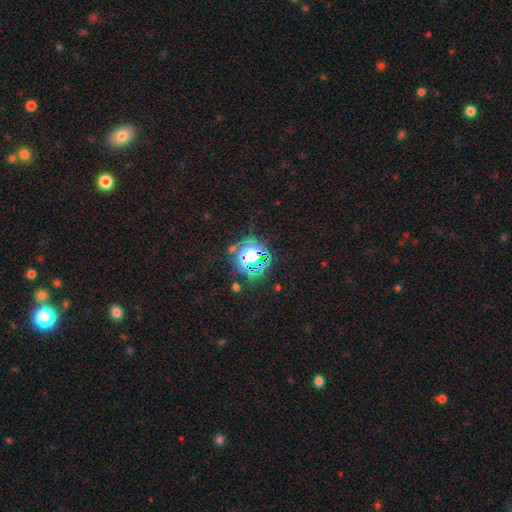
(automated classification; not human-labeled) Smooth or featured: star or artifact — 79% (smooth — 15%)